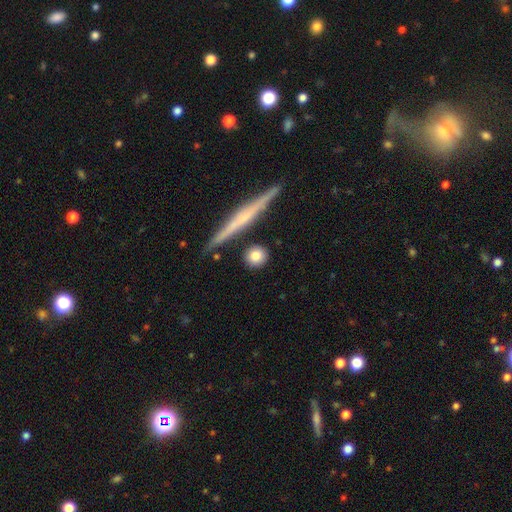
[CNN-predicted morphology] smooth_or_featured: smooth (p=0.79) [alt: featured or disk p=0.14]
how_rounded: round (p=0.88) [alt: in between p=0.07]
merging: none (p=0.86) [alt: minor disturbance p=0.08]